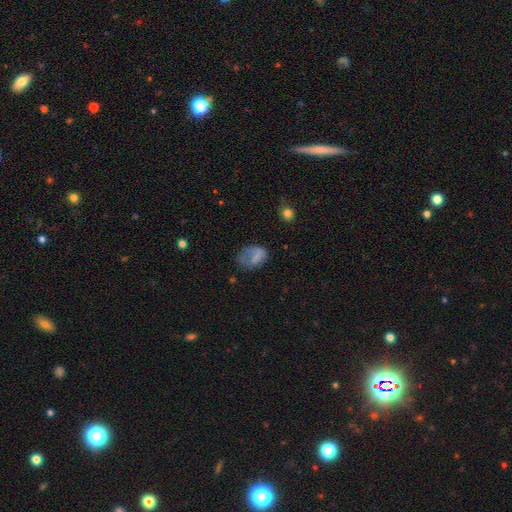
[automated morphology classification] Overall: smooth (64%; featured or disk 25%). How rounded: in between (75%). Merging: none (38%; major disturbance 32%).